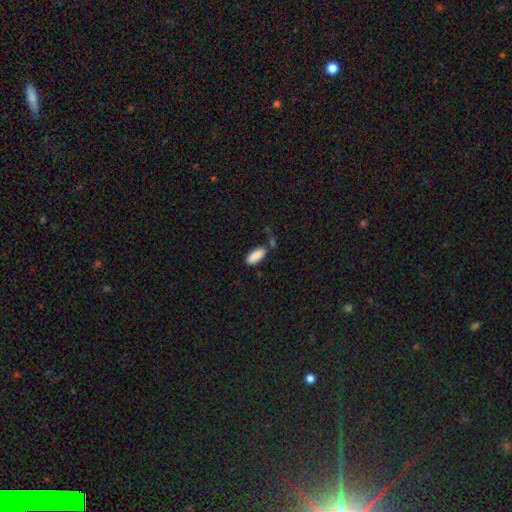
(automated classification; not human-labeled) smooth 88%, star or artifact 7%, featured or disk 5%. Down the decision tree: how rounded — in between (79%); merging — none (61%).